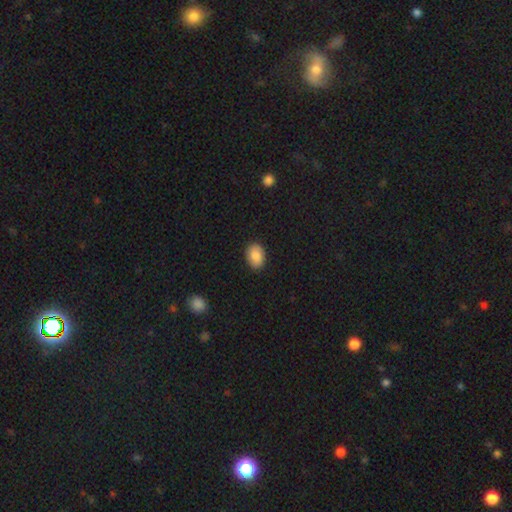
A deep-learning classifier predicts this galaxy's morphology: Smooth or featured? smooth (88%)
How rounded? in between (81%)
Merging? none (89%)